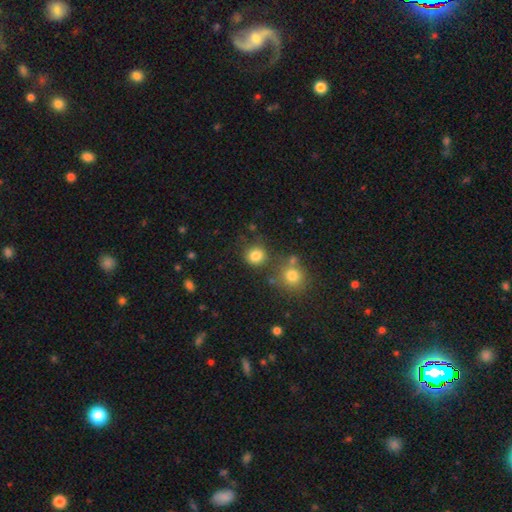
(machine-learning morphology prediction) Smooth or featured: smooth — 82% (star or artifact — 13%)
How rounded: round — 85% (in between — 14%)
Merging: none — 75% (minor disturbance — 11%)